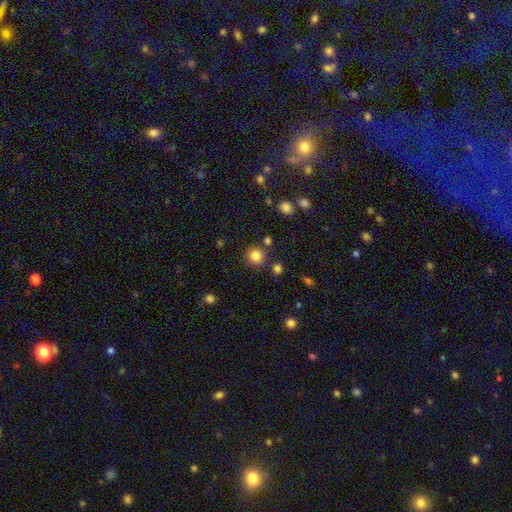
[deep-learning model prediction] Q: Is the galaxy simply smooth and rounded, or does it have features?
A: smooth — 84%.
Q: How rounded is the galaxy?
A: round — 92%.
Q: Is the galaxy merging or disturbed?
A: none — 84%.